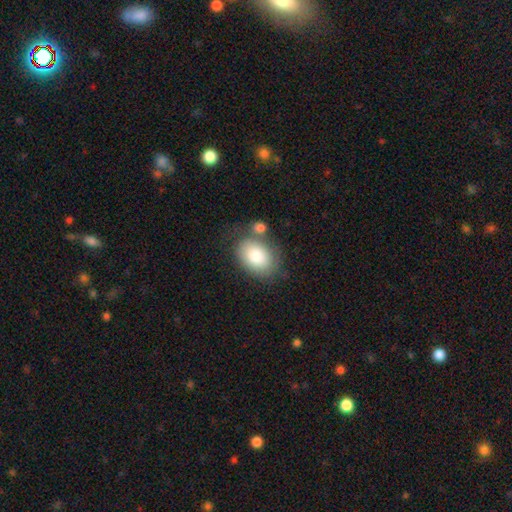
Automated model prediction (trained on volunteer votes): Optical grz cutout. It shows a smooth galaxy with no disk features (82%) that is in between round and cigar-shaped (75%). Merging: none (60%).